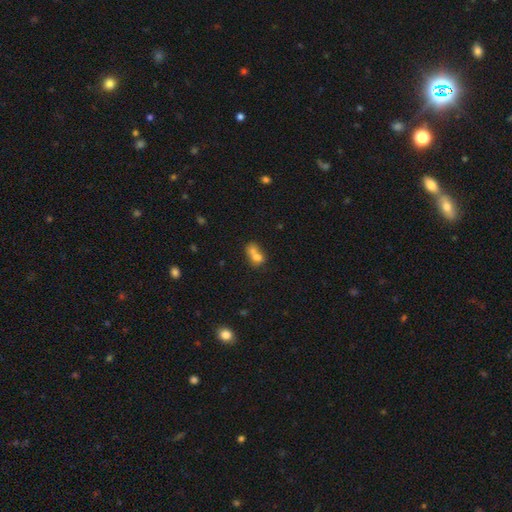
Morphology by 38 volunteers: Smooth or featured? smooth (89%)
How rounded? in between (68%)
Merging? merger (86%)